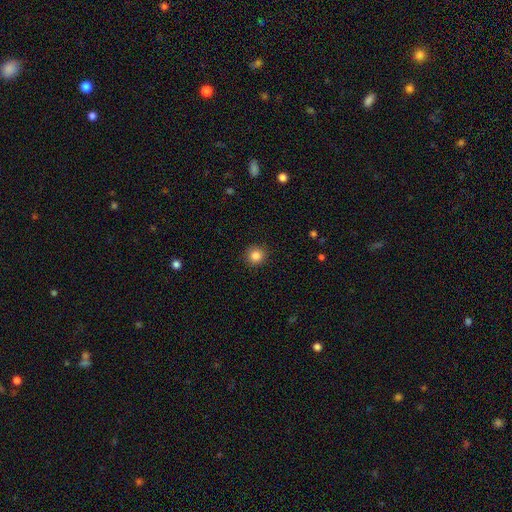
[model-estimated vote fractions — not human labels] This appears to be a smooth galaxy with no disk features (85%) that is round (93%). Merging: none (91%).